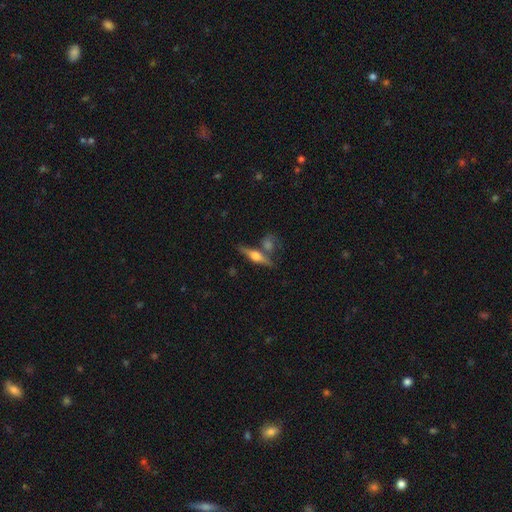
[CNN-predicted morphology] A featured or disk galaxy (67%) viewed edge-on (95%) with a rounded central bulge (93%). Merging: none (68%).